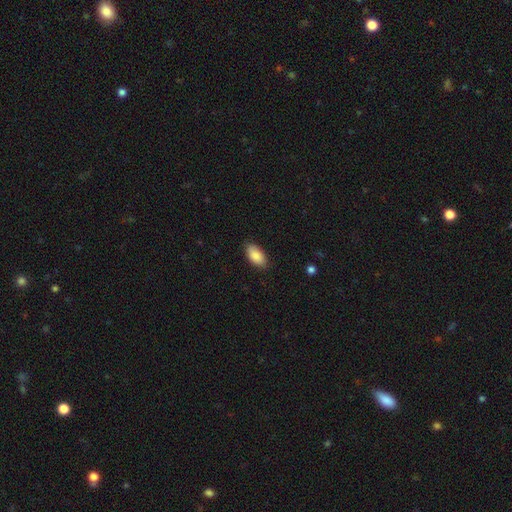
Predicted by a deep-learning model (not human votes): This is clearly a smooth galaxy (87%). How rounded: clearly in between (94%). Merging: clearly none (86%).